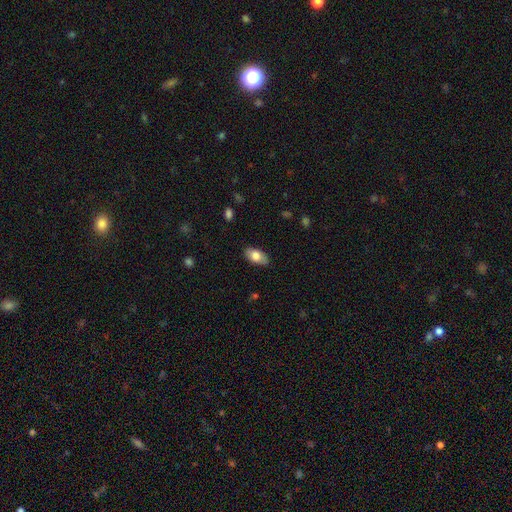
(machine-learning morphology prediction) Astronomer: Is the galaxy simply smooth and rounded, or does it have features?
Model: smooth — 78%.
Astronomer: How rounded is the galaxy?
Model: in between — 93%.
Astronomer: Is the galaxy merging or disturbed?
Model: none — 83%.